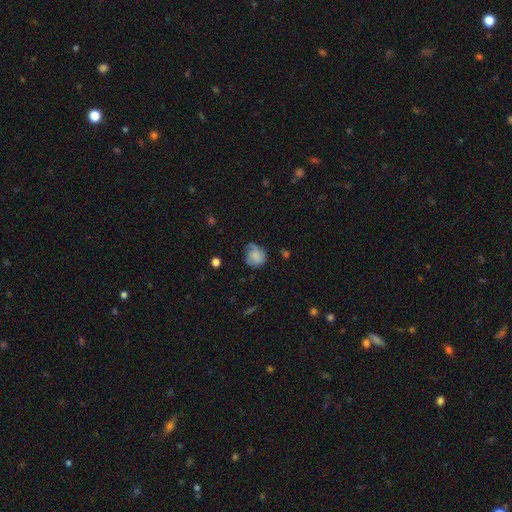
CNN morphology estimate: smooth-or-featured: smooth: 66% | featured or disk: 25% | star or artifact: 9%
  how-rounded: round: 73% | in between: 26% | cigar-shaped: 1%
  merging: none: 47% | minor disturbance: 34% | major disturbance: 17% | merger: 2%